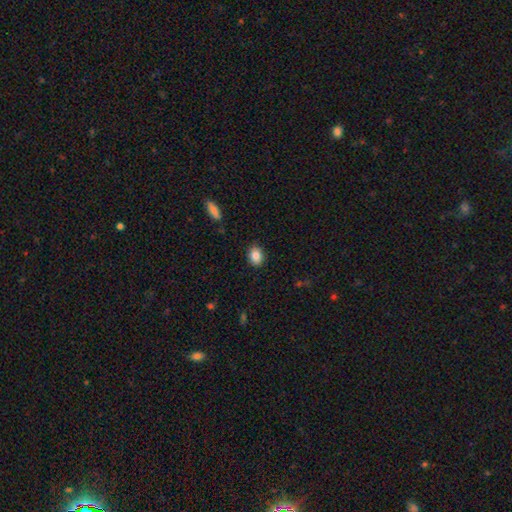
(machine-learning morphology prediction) The model was most divided on "how rounded": in between: 60%, round: 39%, cigar-shaped: 1%. More confident: merging — none (87%); smooth or featured — smooth (85%).